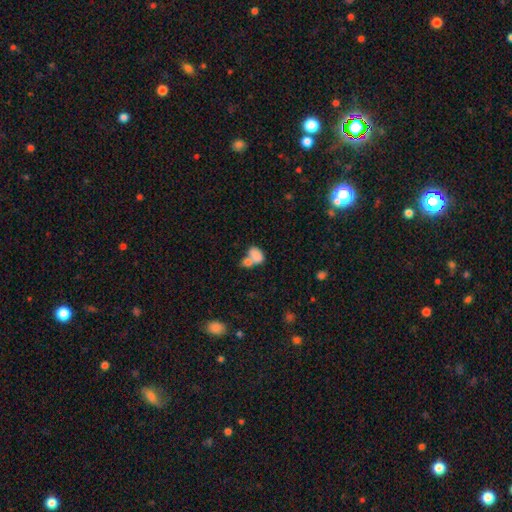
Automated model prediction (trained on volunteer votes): The model was most divided on "merging": merger: 66%, none: 20%, minor disturbance: 8%, major disturbance: 6%. More confident: how rounded — in between (82%); smooth or featured — smooth (78%).